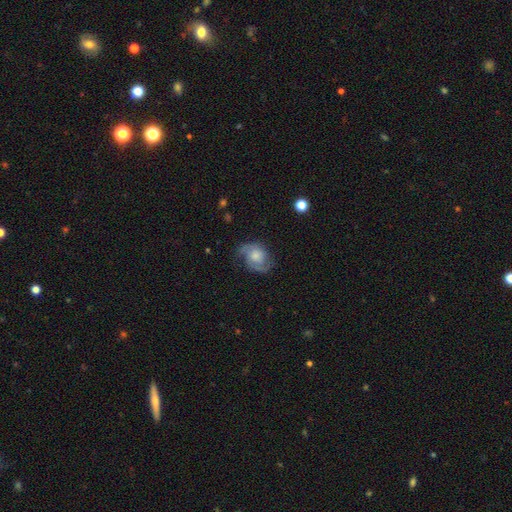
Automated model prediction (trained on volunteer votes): The model was most divided on "bulge size": moderate: 37%, small: 35%, large: 13%, none: 12%, dominant: 3%. Remaining: edge-on disk — no (97%); spiral arms — yes (90%); spiral arm count — 2 (83%); bar — no (71%); smooth or featured — featured or disk (67%); merging — none (62%); spiral winding — medium (48%).